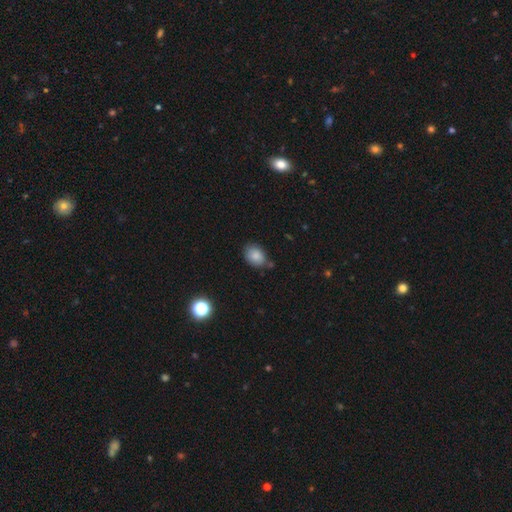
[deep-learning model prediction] smooth 85%, star or artifact 9%, featured or disk 6%. Down the decision tree: how rounded — in between (67%); merging — none (70%).